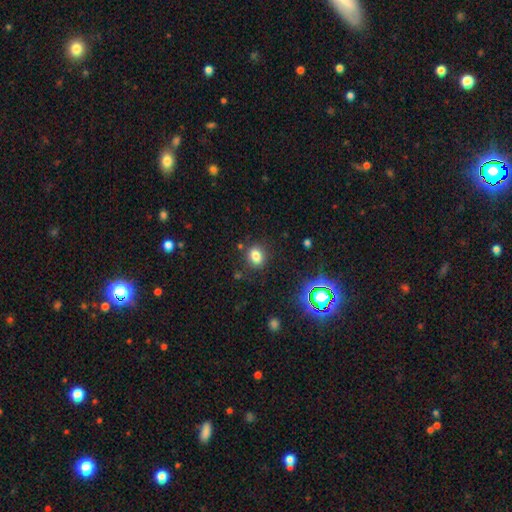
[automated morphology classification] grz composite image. It shows a smooth galaxy with no disk features (79%) that is round (50%). Merging: none (83%).